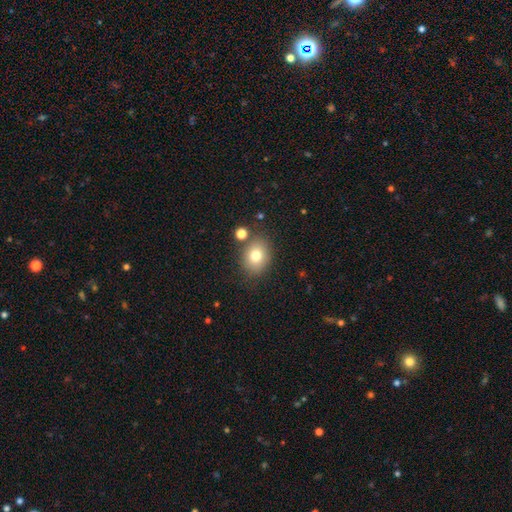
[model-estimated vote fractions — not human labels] smooth_or_featured: smooth (p=0.78) [alt: featured or disk p=0.11]
how_rounded: in between (p=0.53) [alt: round p=0.46]
merging: none (p=0.78) [alt: minor disturbance p=0.12]